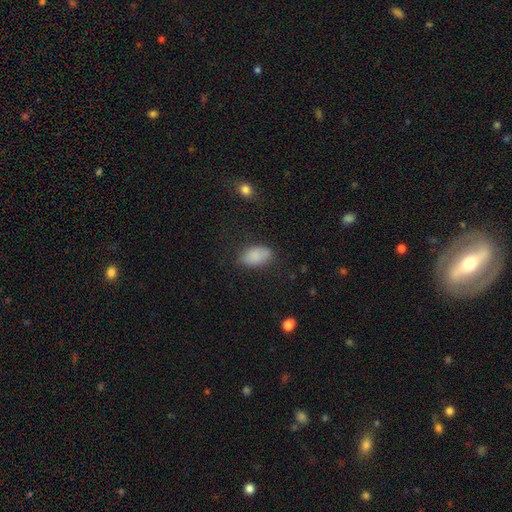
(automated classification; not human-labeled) A smooth galaxy with no disk features (86%) that is in between round and cigar-shaped (93%). Merging: none (73%).